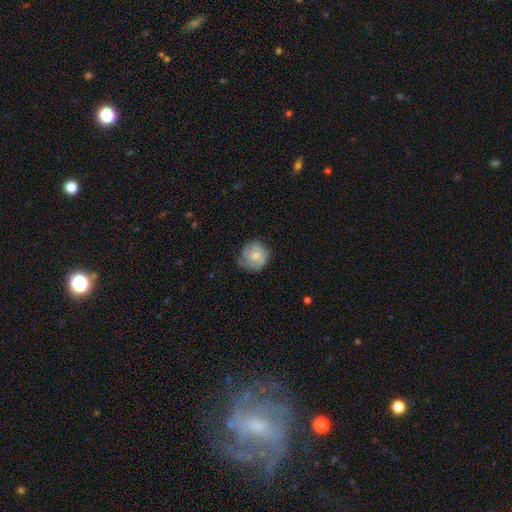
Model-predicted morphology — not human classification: type=smooth (62%); roundness=round (88%); merging=none (62%).